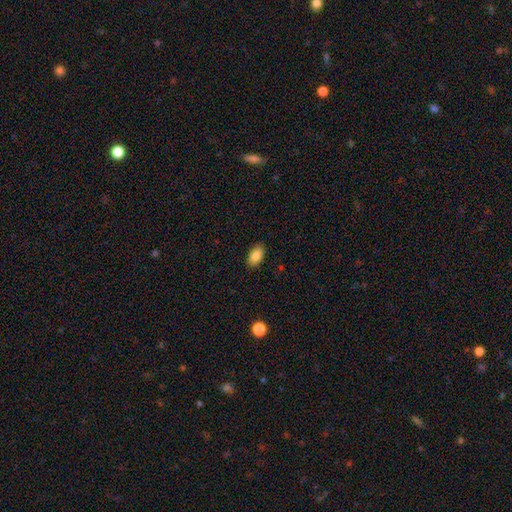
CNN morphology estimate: Smooth or featured: smooth — 87% (star or artifact — 8%)
How rounded: in between — 93% (round — 5%)
Merging: none — 88% (minor disturbance — 9%)